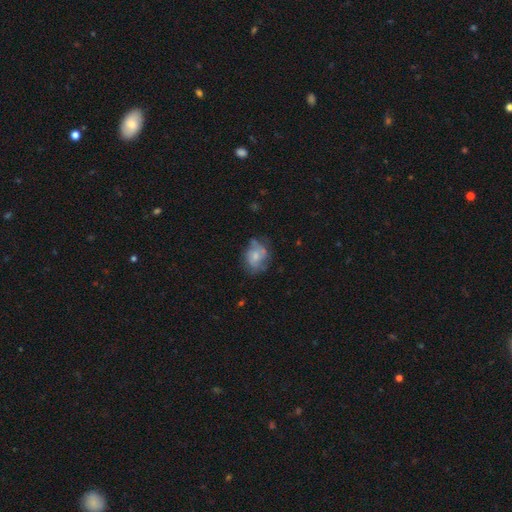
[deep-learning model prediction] smooth-or-featured: smooth: 51% | featured or disk: 40% | star or artifact: 9%
  how-rounded: in between: 55% | round: 44% | cigar-shaped: 1%
  merging: none: 49% | minor disturbance: 29% | major disturbance: 17% | merger: 5%